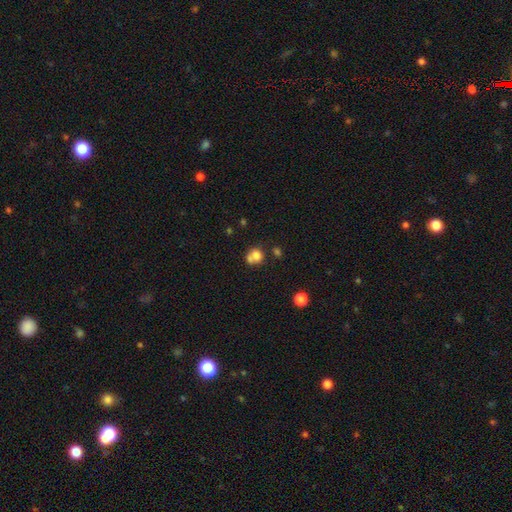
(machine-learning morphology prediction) This is likely a smooth galaxy (74%). How rounded: likely round (71%). Merging: possibly merger (47%).